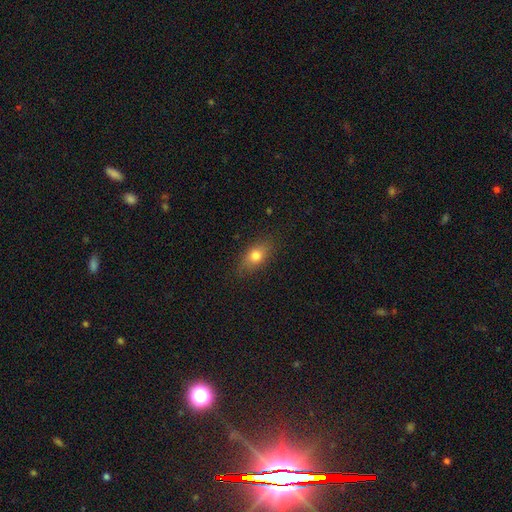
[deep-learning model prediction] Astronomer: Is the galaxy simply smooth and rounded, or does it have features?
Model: smooth — 75%.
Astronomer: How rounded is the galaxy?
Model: in between — 79%.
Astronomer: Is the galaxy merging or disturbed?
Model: none — 83%.